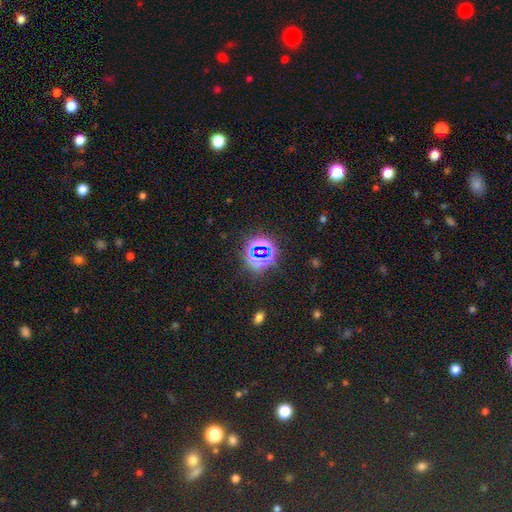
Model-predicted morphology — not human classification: Overall: star or artifact (75%).